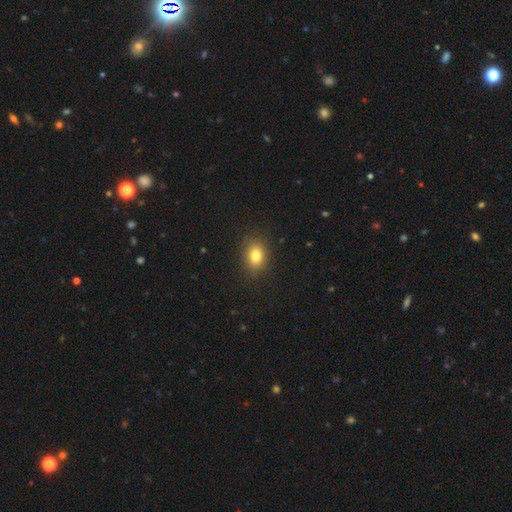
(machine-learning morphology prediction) smooth 80%, star or artifact 11%, featured or disk 8%. Down the decision tree: how rounded — in between (66%); merging — none (87%).